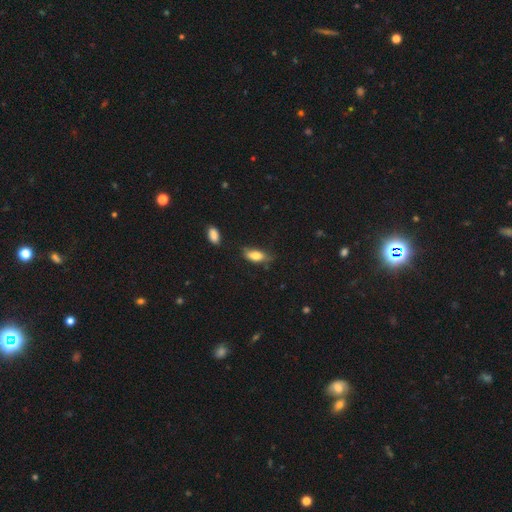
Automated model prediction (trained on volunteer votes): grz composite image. It shows a smooth galaxy with no disk features (76%) that is in between round and cigar-shaped (82%). Merging: none (56%).